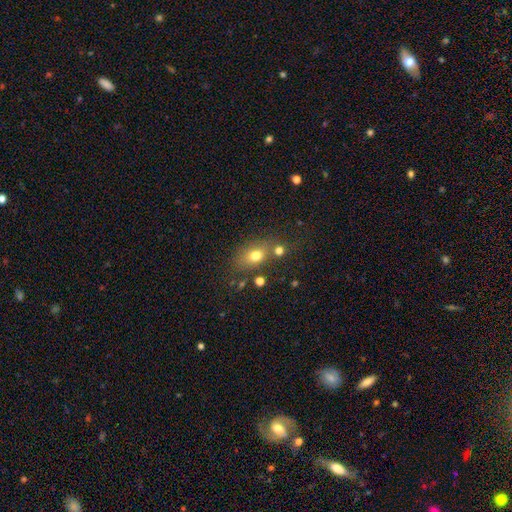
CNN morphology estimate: smooth_or_featured: smooth (p=0.72) [alt: featured or disk p=0.14]
how_rounded: in between (p=0.69) [alt: round p=0.28]
merging: none (p=0.61) [alt: merger p=0.18]